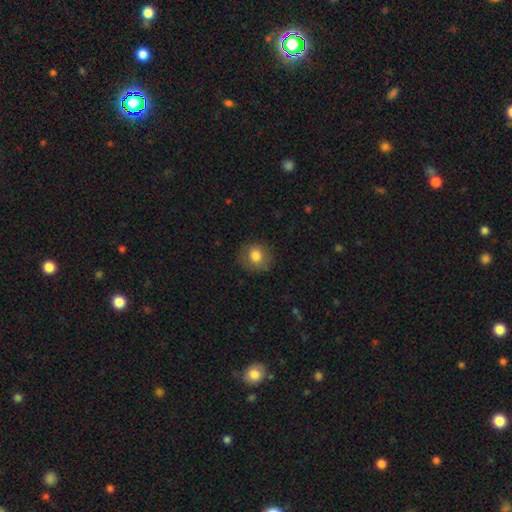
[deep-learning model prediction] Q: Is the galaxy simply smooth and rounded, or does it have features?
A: smooth — 79%.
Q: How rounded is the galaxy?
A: round — 86%.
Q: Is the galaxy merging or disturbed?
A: none — 83%.